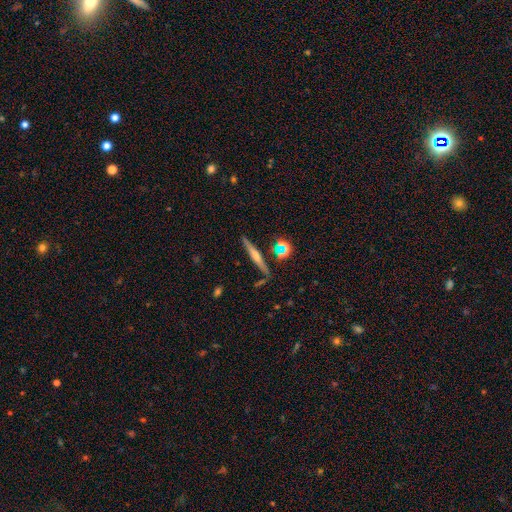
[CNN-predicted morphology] Smooth or featured? featured or disk (52%)
Edge-on disk? yes (95%)
Merging? none (82%)